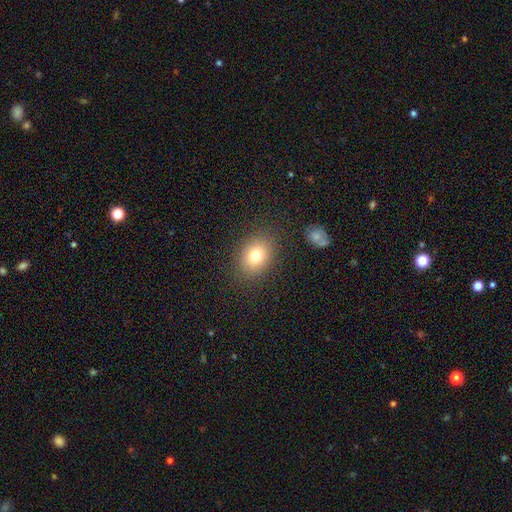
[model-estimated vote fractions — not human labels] Smooth or featured? Predicted: smooth (p=0.77). How rounded? Predicted: in between (p=0.60). Merging? Predicted: none (p=0.84).